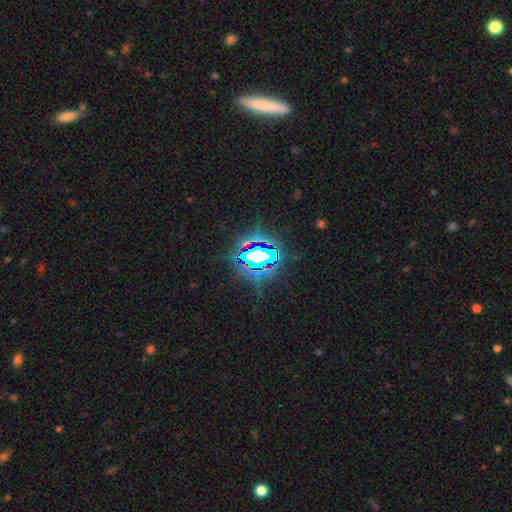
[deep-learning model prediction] This is likely a star or artifact rather than a galaxy (74%).